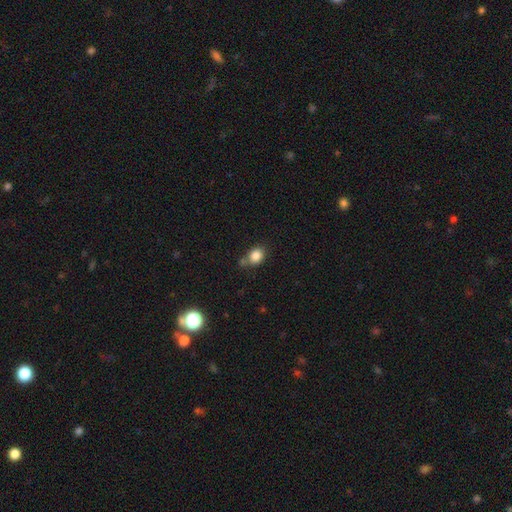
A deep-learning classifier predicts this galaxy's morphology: Smooth or featured? Predicted: smooth (p=0.84). How rounded? Predicted: round (p=0.54). Merging? Predicted: none (p=0.61).